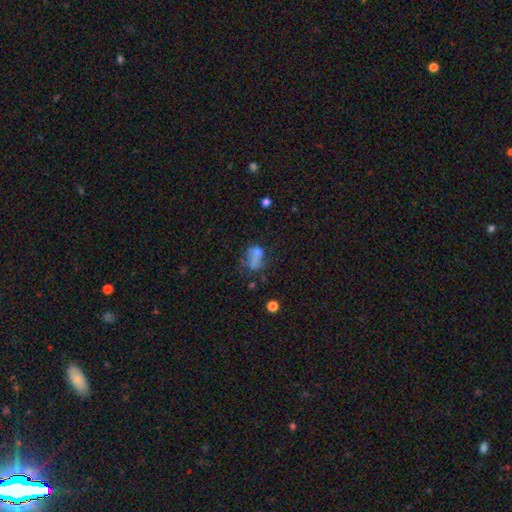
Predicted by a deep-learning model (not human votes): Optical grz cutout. It shows a smooth galaxy with no disk features (59%) that is in between round and cigar-shaped (77%). Merging: major disturbance (31%).